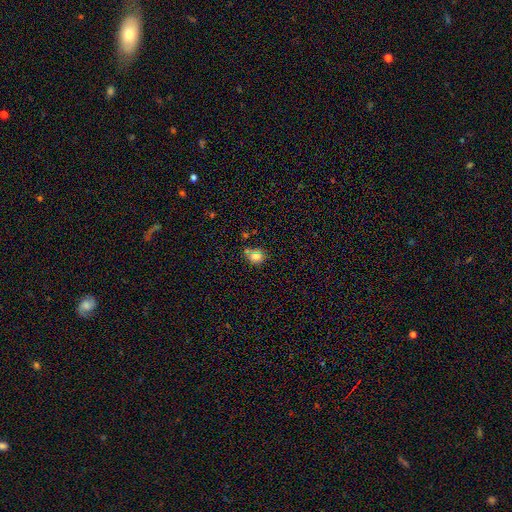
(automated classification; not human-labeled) Morphology: type=smooth (70%); roundness=round (68%); merging=none (73%).